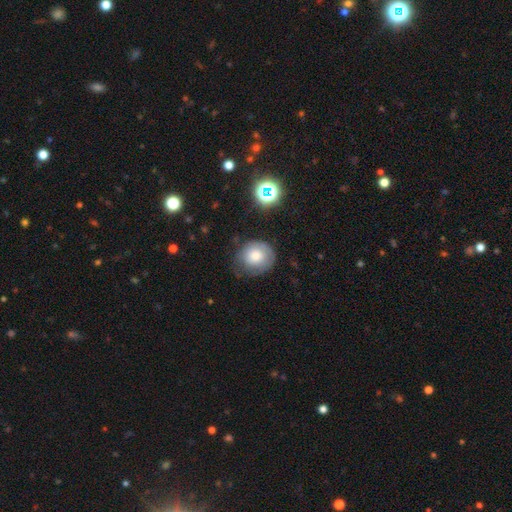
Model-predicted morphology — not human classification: Q: Smooth or featured?
A: smooth (72%); runner-up: featured or disk (18%)
Q: How rounded?
A: round (82%); runner-up: in between (17%)
Q: Merging?
A: none (64%); runner-up: minor disturbance (24%)